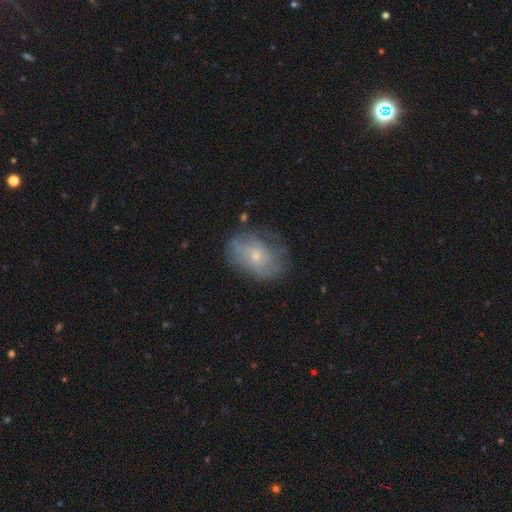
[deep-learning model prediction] This appears to be a featured or disk galaxy (56%) with no bar (77%), spiral arms (68%) and a small central bulge (62%). Merging: none (63%).